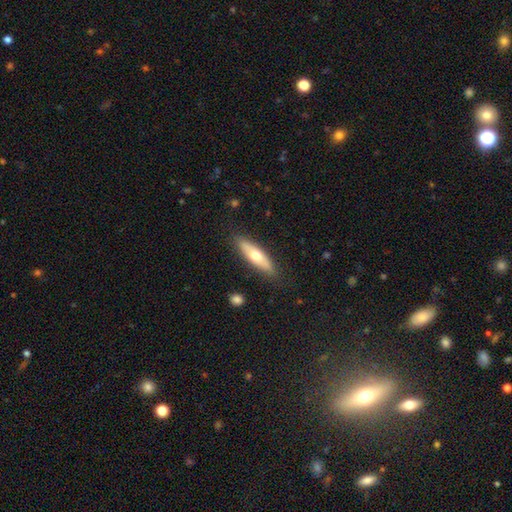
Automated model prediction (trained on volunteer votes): A smooth galaxy with no disk features (57%) that is cigar-shaped (62%). Merging: none (85%).